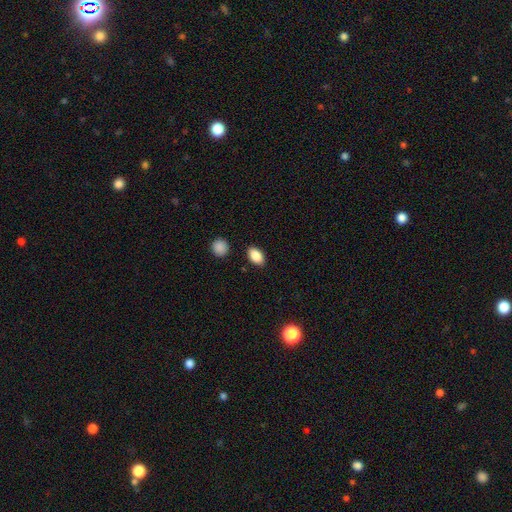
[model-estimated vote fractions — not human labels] smooth 87%, star or artifact 8%, featured or disk 5%. Down the decision tree: how rounded — in between (88%); merging — none (87%).